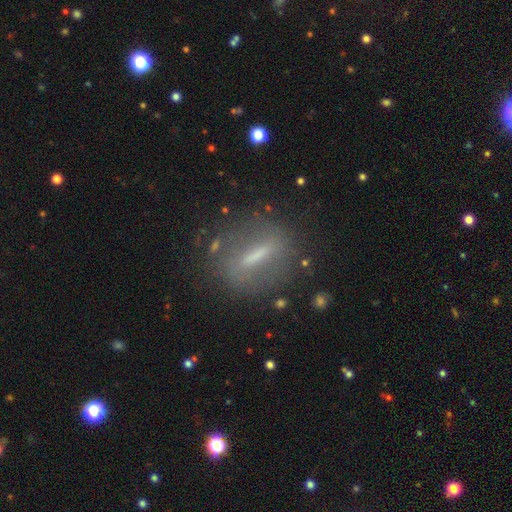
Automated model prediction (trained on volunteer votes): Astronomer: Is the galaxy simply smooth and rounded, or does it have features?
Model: featured or disk — 52% (runner-up: smooth, 36%).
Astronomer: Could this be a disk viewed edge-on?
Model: no — 61% (runner-up: yes, 39%).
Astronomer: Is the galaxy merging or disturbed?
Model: none — 78%.